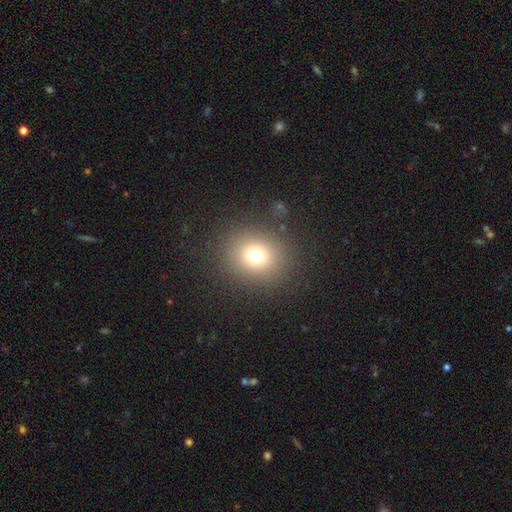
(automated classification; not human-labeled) Smooth or featured: smooth — 73% (star or artifact — 17%)
How rounded: round — 77% (in between — 22%)
Merging: none — 85% (minor disturbance — 8%)